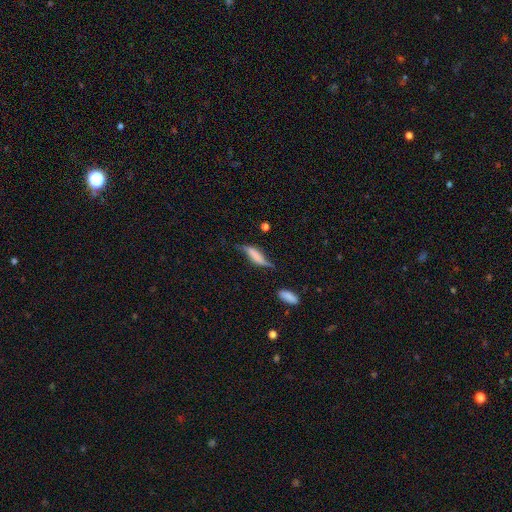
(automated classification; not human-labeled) This is possibly a featured or disk galaxy (46%). Merging: marginally none (44%).